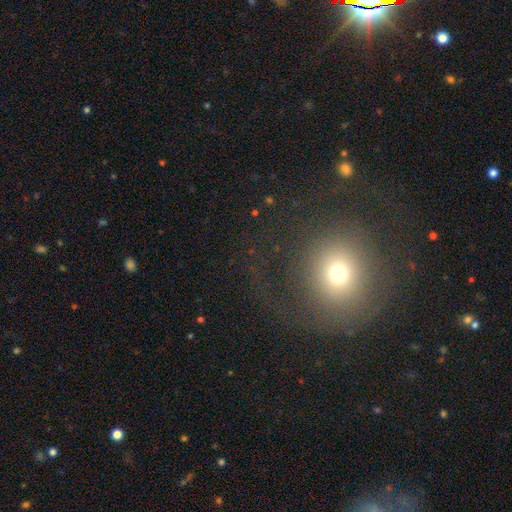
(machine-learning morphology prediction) A smooth galaxy with no disk features (53%) that is round (87%). Merging: none (71%).